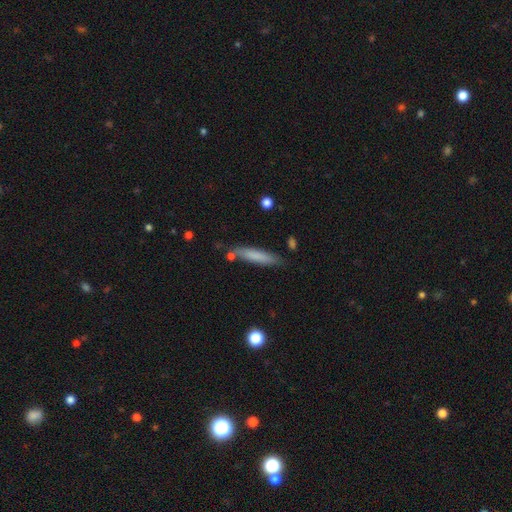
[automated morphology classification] A smooth galaxy with no disk features (75%) that is cigar-shaped (87%).

Vote fractions:
- Smooth or featured? smooth: 75% / featured or disk: 18% / star or artifact: 6%
- How rounded? cigar-shaped: 87% / in between: 12% / round: 1%
- Merging? none: 78% / minor disturbance: 14% / merger: 5% / major disturbance: 3%